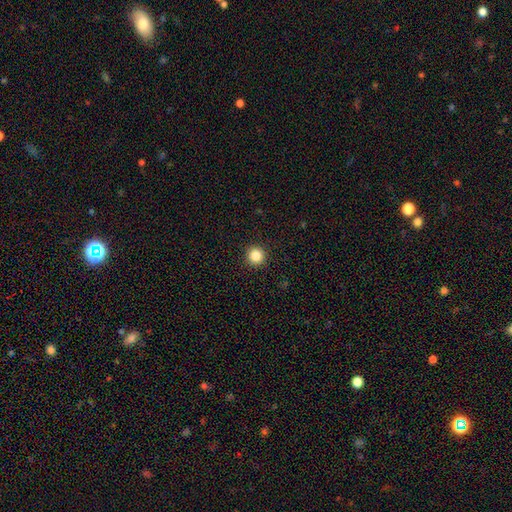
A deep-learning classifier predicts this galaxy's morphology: smooth-or-featured: smooth: 85% | star or artifact: 11% | featured or disk: 4%
  how-rounded: round: 96% | in between: 4% | cigar-shaped: 1%
  merging: none: 93% | minor disturbance: 4% | major disturbance: 2% | merger: 1%